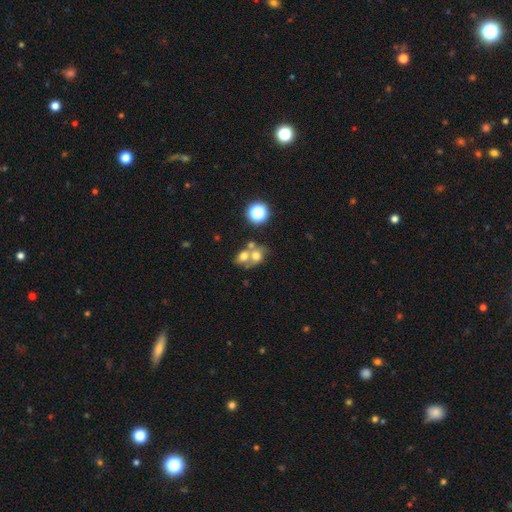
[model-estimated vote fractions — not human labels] smooth_or_featured: smooth (p=0.62) [alt: featured or disk p=0.22]
how_rounded: round (p=0.62) [alt: in between p=0.37]
merging: merger (p=0.57) [alt: none p=0.29]